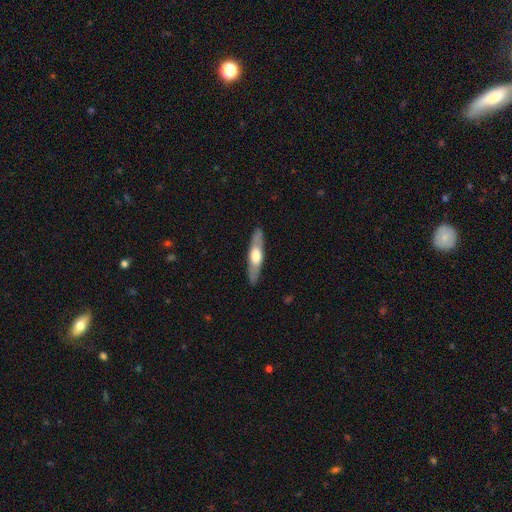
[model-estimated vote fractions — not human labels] smooth_or_featured: featured or disk (p=0.52) [alt: smooth p=0.43]
disk_edge_on: yes (p=0.80) [alt: no p=0.20]
merging: none (p=0.88) [alt: minor disturbance p=0.09]